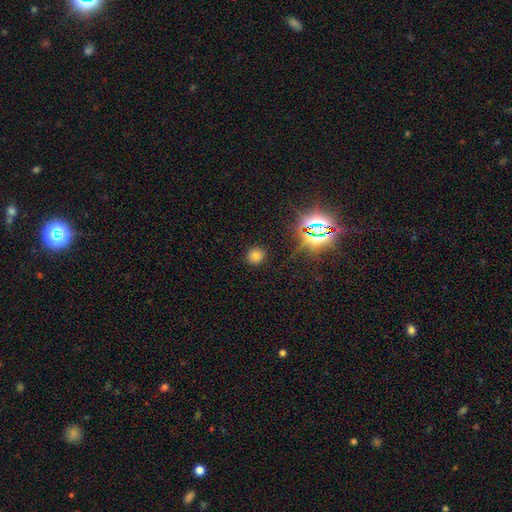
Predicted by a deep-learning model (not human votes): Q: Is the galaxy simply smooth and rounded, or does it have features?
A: smooth — 72%.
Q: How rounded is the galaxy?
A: round — 86%.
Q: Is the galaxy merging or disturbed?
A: none — 89%.